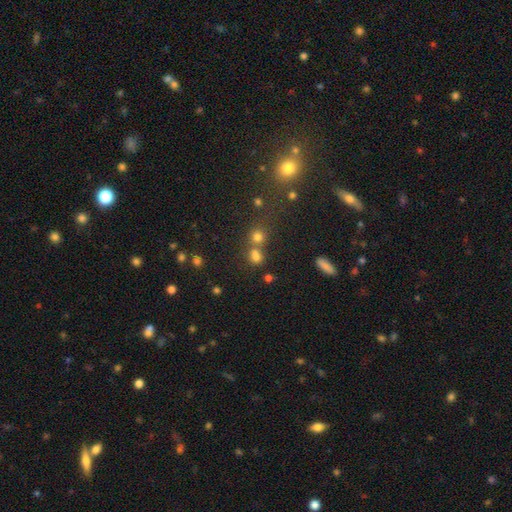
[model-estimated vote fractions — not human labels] Morphology: type=smooth (71%); roundness=round (73%); merging=none (51%).